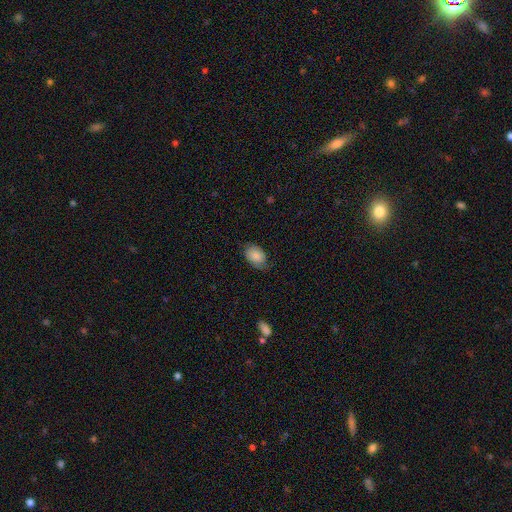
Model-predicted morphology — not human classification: The model was most divided on "merging": none: 68%, minor disturbance: 24%, major disturbance: 7%, merger: 1%. More confident: how rounded — in between (86%); smooth or featured — smooth (78%).